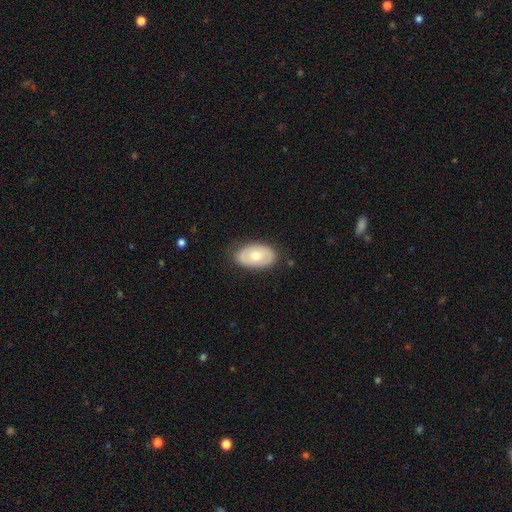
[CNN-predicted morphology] Smooth or featured? Predicted: smooth (p=0.58). How rounded? Predicted: in between (p=0.91). Merging? Predicted: none (p=0.81).